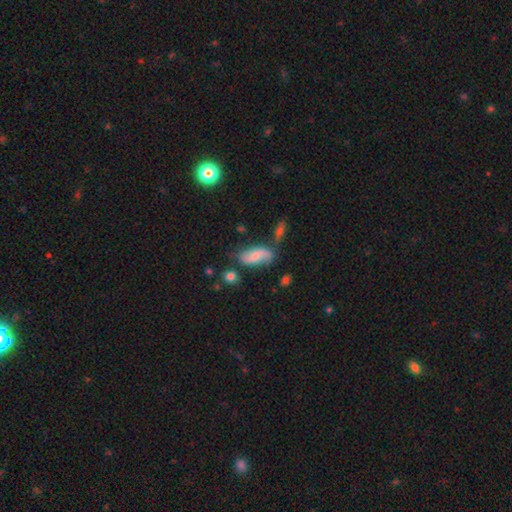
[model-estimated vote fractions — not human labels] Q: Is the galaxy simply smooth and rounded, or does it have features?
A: smooth — 53%.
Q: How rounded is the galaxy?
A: in between — 86%.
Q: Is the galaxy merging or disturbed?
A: none — 56%.